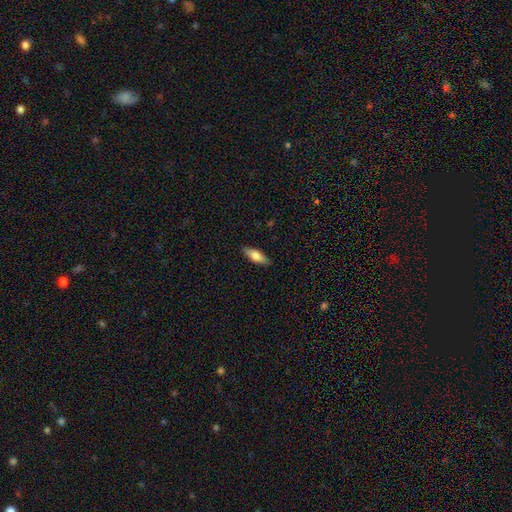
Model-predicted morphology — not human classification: Smooth or featured: smooth — 69% (featured or disk — 25%)
How rounded: in between — 62% (cigar-shaped — 36%)
Merging: none — 88% (minor disturbance — 9%)